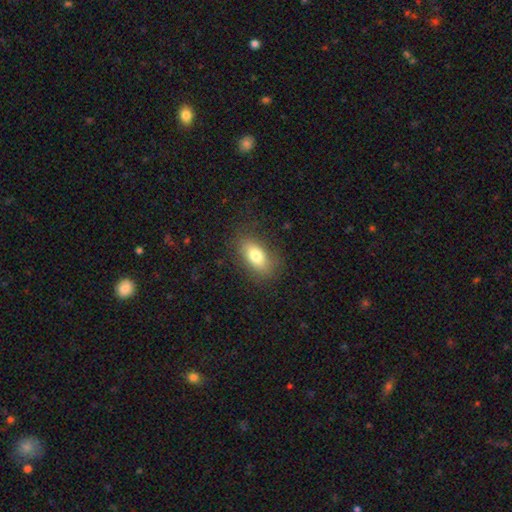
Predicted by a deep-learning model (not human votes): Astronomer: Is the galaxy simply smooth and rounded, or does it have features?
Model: smooth — 78%.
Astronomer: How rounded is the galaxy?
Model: in between — 88%.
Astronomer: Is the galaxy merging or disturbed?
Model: none — 82%.